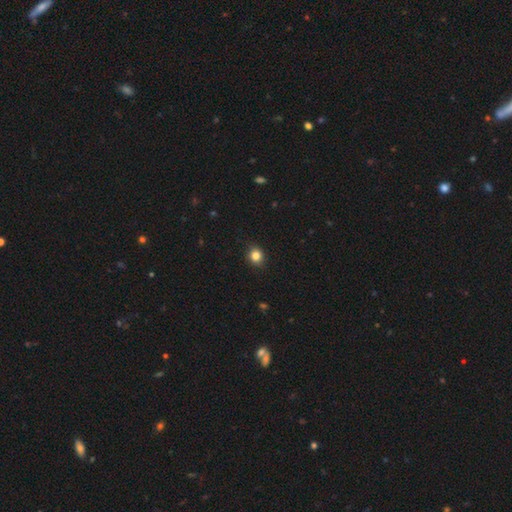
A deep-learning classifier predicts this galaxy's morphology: Q: Smooth or featured?
A: smooth (84%); runner-up: star or artifact (11%)
Q: How rounded?
A: round (77%); runner-up: in between (23%)
Q: Merging?
A: none (88%); runner-up: minor disturbance (9%)